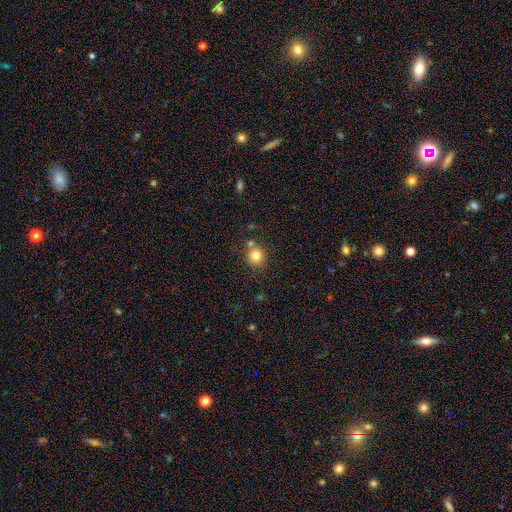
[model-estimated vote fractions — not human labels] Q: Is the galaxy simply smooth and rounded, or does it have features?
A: smooth — 81%.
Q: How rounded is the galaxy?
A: round — 84%.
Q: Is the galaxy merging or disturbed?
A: none — 75%.